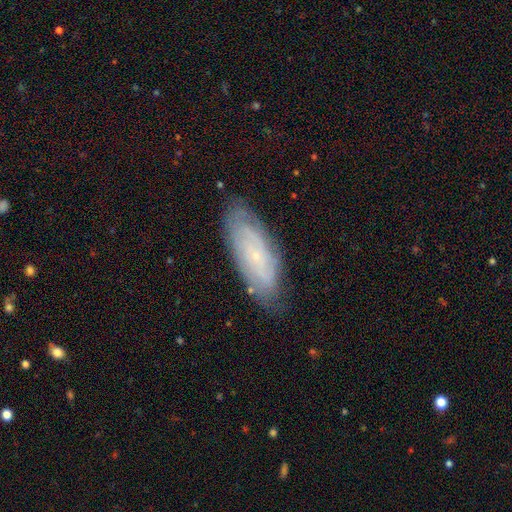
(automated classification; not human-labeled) Overall: featured or disk (64%; smooth 27%). Edge-on disk: no (86%). Bar: no (72%). Spiral arms: yes (85%). Bulge size: small (85%). Merging: none (78%).